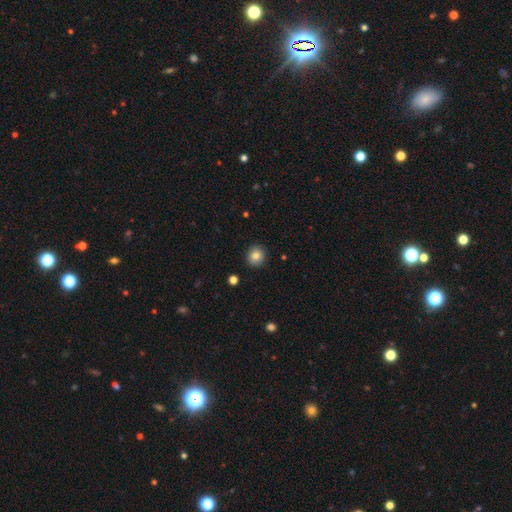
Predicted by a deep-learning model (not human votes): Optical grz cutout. It shows a smooth galaxy with no disk features (82%) that is round (89%). Merging: none (91%).